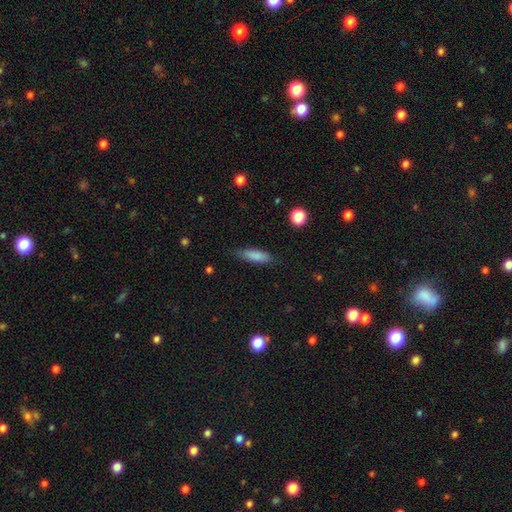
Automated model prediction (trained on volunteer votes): Smooth or featured? smooth (83%)
How rounded? cigar-shaped (51%)
Merging? none (76%)